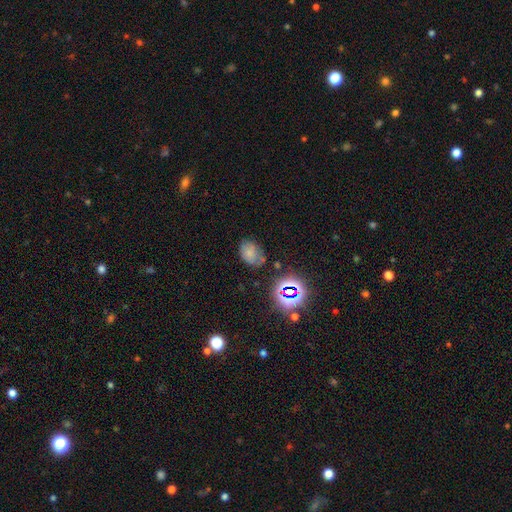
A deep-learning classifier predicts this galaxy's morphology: smooth_or_featured: smooth (p=0.51) [alt: star or artifact p=0.32]
how_rounded: in between (p=0.69) [alt: round p=0.30]
merging: none (p=0.71) [alt: minor disturbance p=0.20]